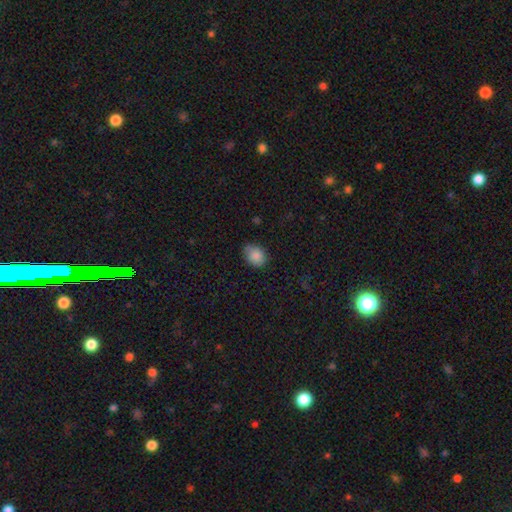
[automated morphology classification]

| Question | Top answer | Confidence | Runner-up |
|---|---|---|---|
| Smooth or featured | smooth | 87% | star or artifact (8%) |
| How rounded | in between | 53% | round (46%) |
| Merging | none | 70% | minor disturbance (25%) |